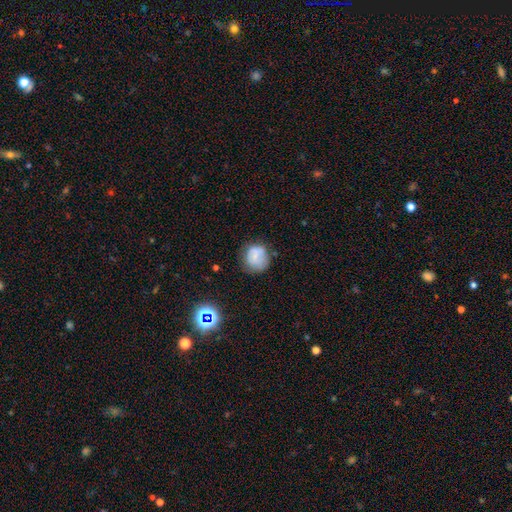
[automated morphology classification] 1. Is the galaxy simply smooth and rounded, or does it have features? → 70% smooth, 20% featured or disk, 11% star or artifact.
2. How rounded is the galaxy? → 81% round, 18% in between, 1% cigar-shaped.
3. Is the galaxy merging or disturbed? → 59% none, 27% minor disturbance, 10% major disturbance, 4% merger.